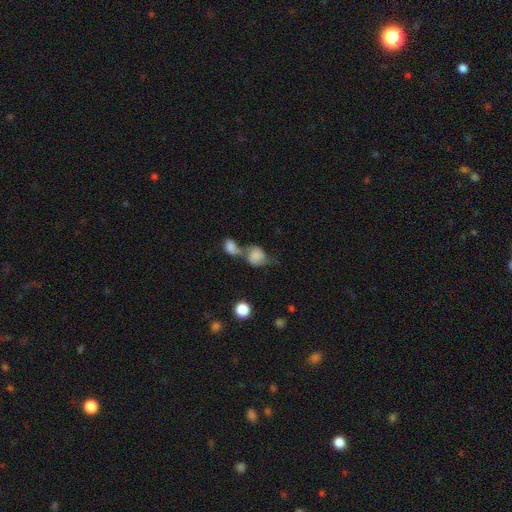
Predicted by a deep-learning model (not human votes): Smooth or featured?
  - smooth: 71% *
  - featured or disk: 20%
  - star or artifact: 9%
How rounded?
  - round: 61% *
  - in between: 37%
  - cigar-shaped: 1%
Merging?
  - merger: 65% *
  - none: 17%
  - minor disturbance: 10%
  - major disturbance: 9%